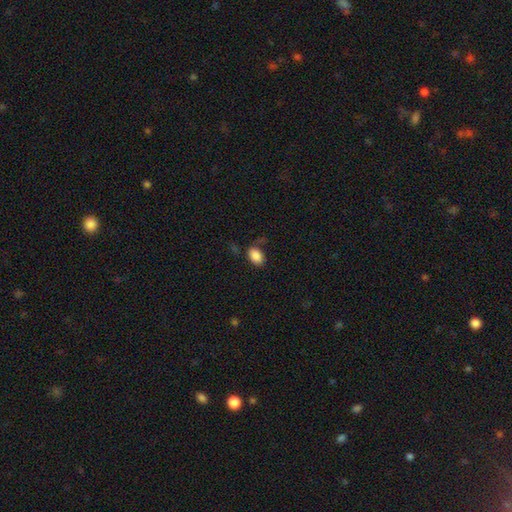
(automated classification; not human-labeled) Morphology: type=smooth (87%); roundness=in between (88%); merging=none (70%).